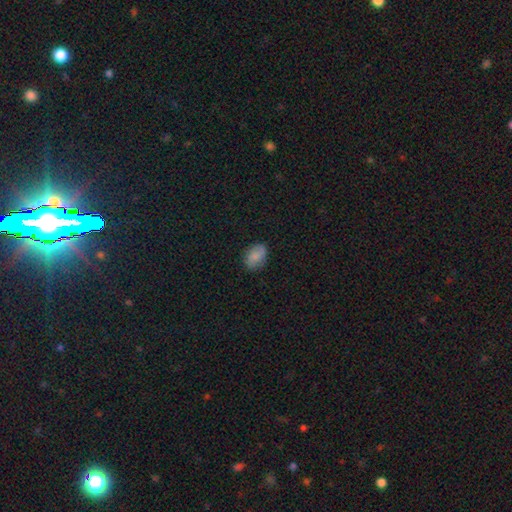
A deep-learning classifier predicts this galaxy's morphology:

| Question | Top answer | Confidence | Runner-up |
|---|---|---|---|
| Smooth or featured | smooth | 78% | featured or disk (14%) |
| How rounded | in between | 76% | round (22%) |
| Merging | none | 79% | minor disturbance (16%) |